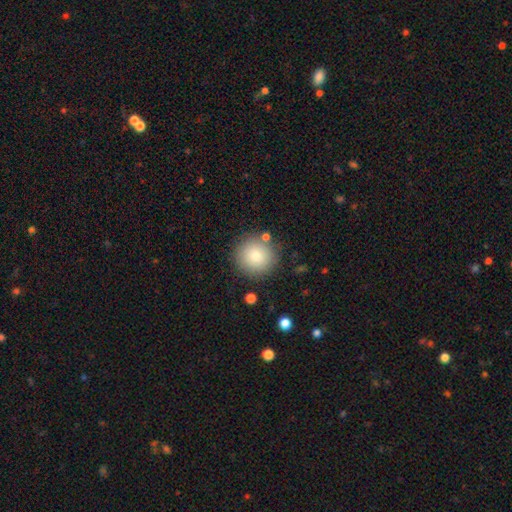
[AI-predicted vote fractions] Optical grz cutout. It shows a smooth galaxy with no disk features (84%) that is round (94%). Merging: none (84%).